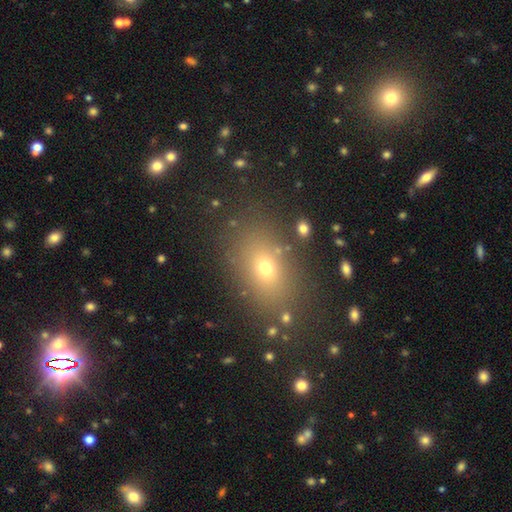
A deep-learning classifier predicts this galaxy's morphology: smooth_or_featured: smooth (p=0.60) [alt: star or artifact p=0.26]
how_rounded: in between (p=0.73) [alt: round p=0.24]
merging: none (p=0.85) [alt: minor disturbance p=0.08]